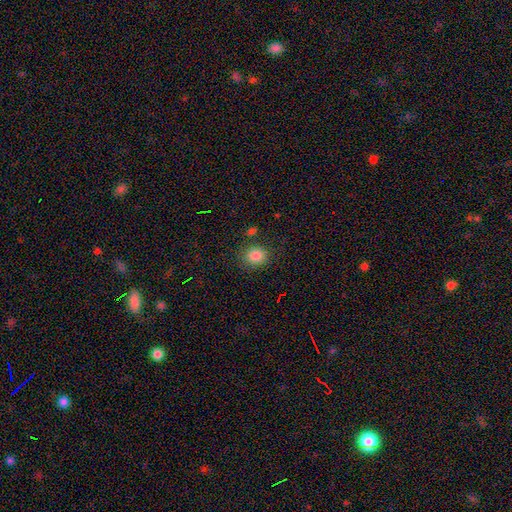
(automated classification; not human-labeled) Smooth or featured? Predicted: smooth (p=0.84). How rounded? Predicted: round (p=0.70). Merging? Predicted: none (p=0.80).